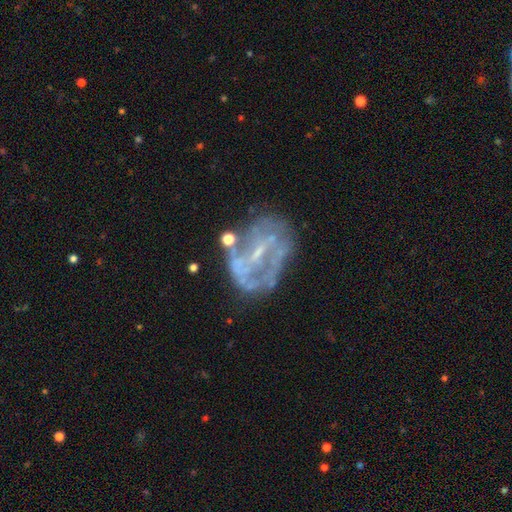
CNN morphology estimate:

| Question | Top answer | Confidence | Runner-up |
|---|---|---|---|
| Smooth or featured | featured or disk | 75% | smooth (14%) |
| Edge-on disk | no | 97% | yes (3%) |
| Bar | weak | 39% | no (34%) |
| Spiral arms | yes | 50% | tied: no (50%) |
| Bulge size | small | 60% | none (26%) |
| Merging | none | 46% | major disturbance (23%) |